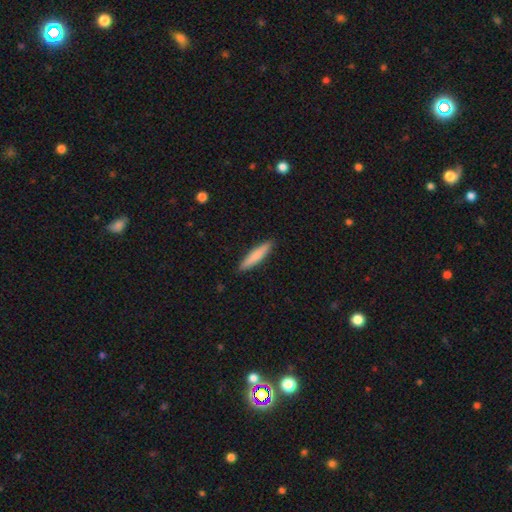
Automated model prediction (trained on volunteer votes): Smooth or featured: smooth — 80% (featured or disk — 15%)
How rounded: cigar-shaped — 89% (in between — 10%)
Merging: none — 91% (minor disturbance — 7%)